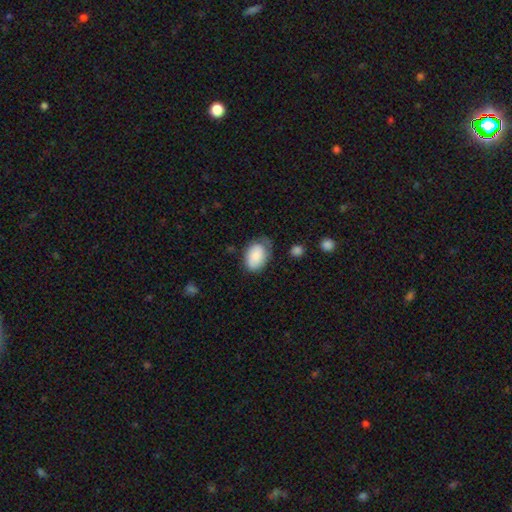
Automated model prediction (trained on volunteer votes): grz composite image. It shows a smooth galaxy with no disk features (81%) that is in between round and cigar-shaped (86%). Merging: none (53%).